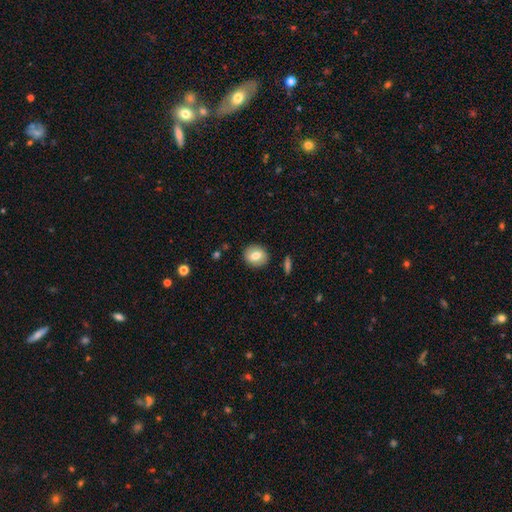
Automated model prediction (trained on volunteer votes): smooth_or_featured: smooth (p=0.72) [alt: featured or disk p=0.20]
how_rounded: round (p=0.73) [alt: in between p=0.26]
merging: none (p=0.88) [alt: minor disturbance p=0.08]